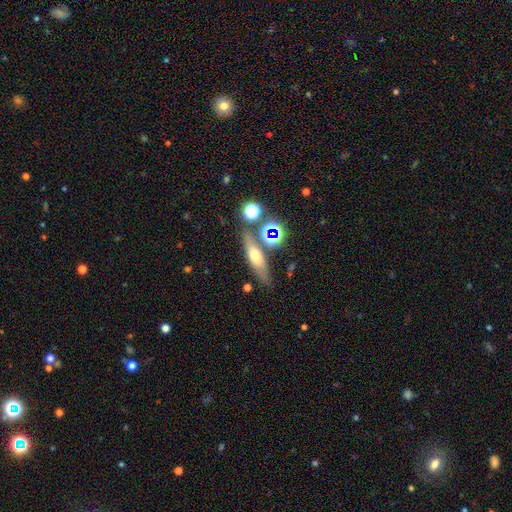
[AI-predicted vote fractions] Smooth or featured? Predicted: smooth (p=0.48). Merging? Predicted: none (p=0.70).